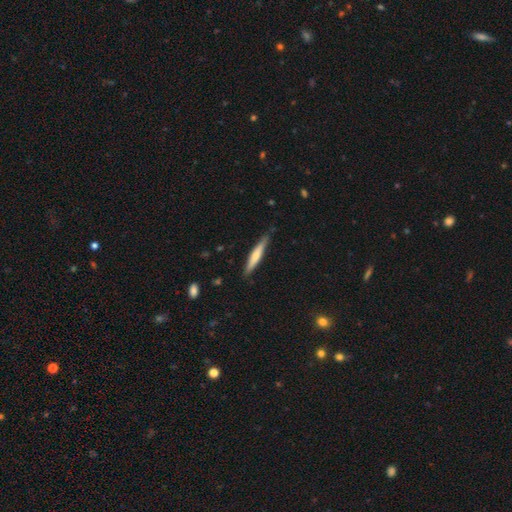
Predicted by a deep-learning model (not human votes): Smooth or featured: smooth — 50% (featured or disk — 44%)
How rounded: cigar-shaped — 92% (in between — 7%)
Merging: none — 85% (minor disturbance — 12%)